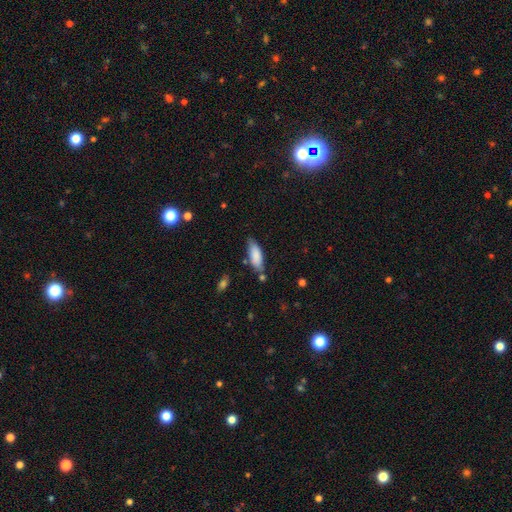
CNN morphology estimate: Smooth or featured? smooth (85%)
How rounded? in between (69%)
Merging? none (70%)